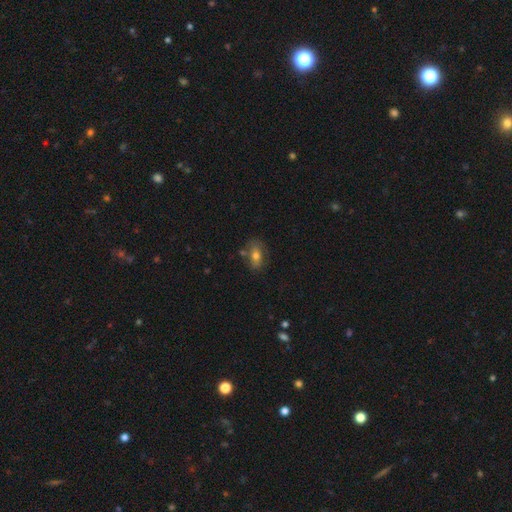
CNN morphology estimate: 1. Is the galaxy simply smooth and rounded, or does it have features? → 68% smooth, 22% featured or disk, 10% star or artifact.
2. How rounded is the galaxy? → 82% in between, 13% round, 5% cigar-shaped.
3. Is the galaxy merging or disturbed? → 69% none, 18% minor disturbance, 8% merger, 5% major disturbance.